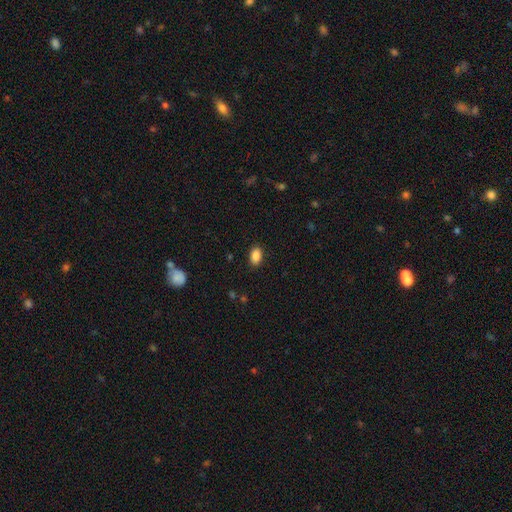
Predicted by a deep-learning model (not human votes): smooth_or_featured: smooth (p=0.88) [alt: star or artifact p=0.08]
how_rounded: in between (p=0.90) [alt: round p=0.08]
merging: none (p=0.89) [alt: minor disturbance p=0.08]